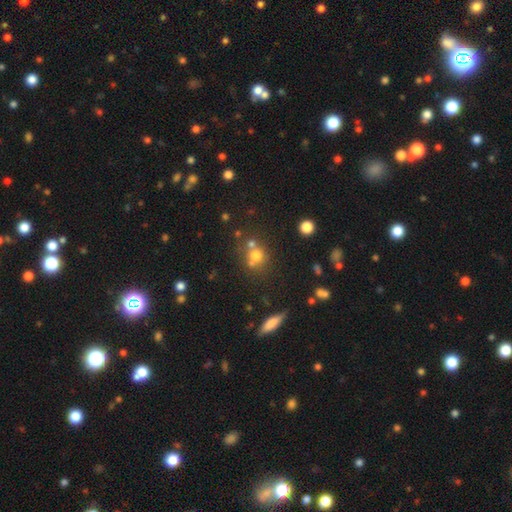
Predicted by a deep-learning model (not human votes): Overall: smooth (67%). How rounded: round (82%). Merging: none (48%; merger 37%).